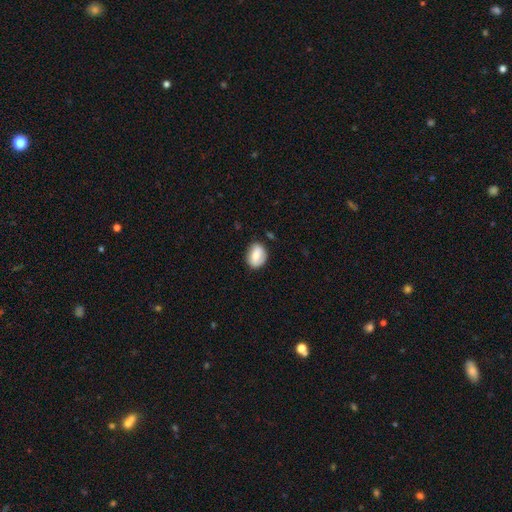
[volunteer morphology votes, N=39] Smooth or featured? 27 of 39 (69%) said smooth. How rounded? 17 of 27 (63%) said in between. Merging? 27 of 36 (75%) said none.